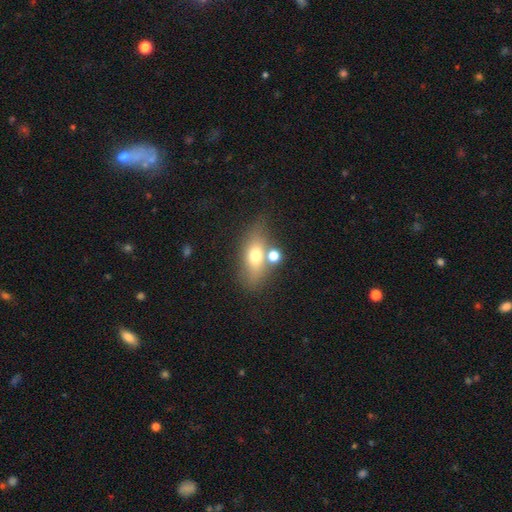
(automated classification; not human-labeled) smooth_or_featured: smooth (p=0.64) [alt: featured or disk p=0.25]
how_rounded: in between (p=0.72) [alt: round p=0.16]
merging: none (p=0.57) [alt: merger p=0.22]